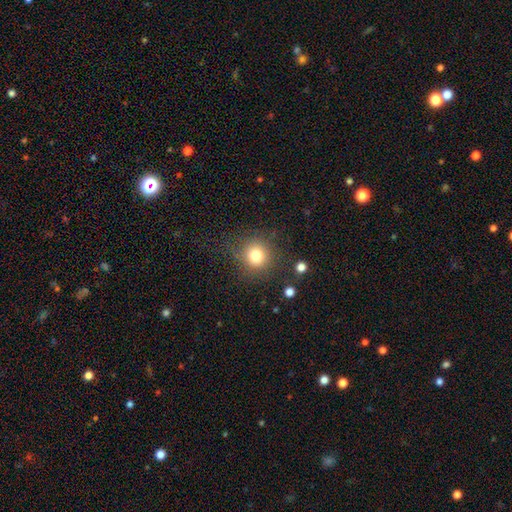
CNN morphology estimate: A smooth galaxy with no disk features (78%) that is round (91%). Merging: none (81%).